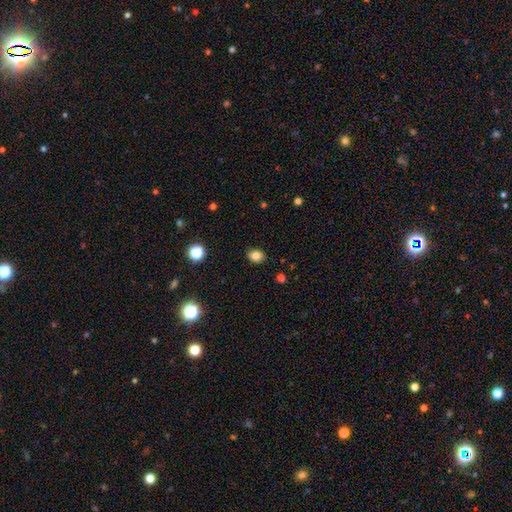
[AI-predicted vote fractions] Smooth or featured: smooth — 83% (star or artifact — 11%)
How rounded: in between — 66% (round — 33%)
Merging: none — 87% (minor disturbance — 9%)